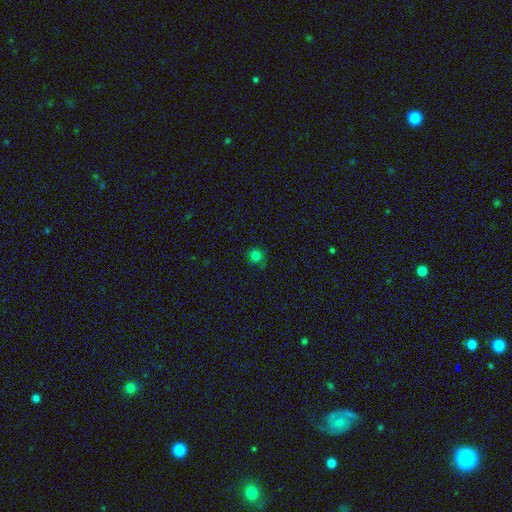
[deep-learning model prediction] This is likely a smooth galaxy (80%). How rounded: clearly round (91%). Merging: clearly none (82%).